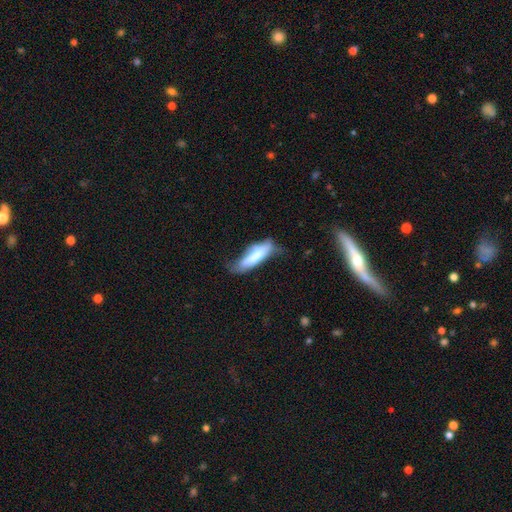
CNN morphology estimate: Overall: smooth (67%). How rounded: cigar-shaped (62%; in between 37%). Merging: none (38%; minor disturbance 35%).